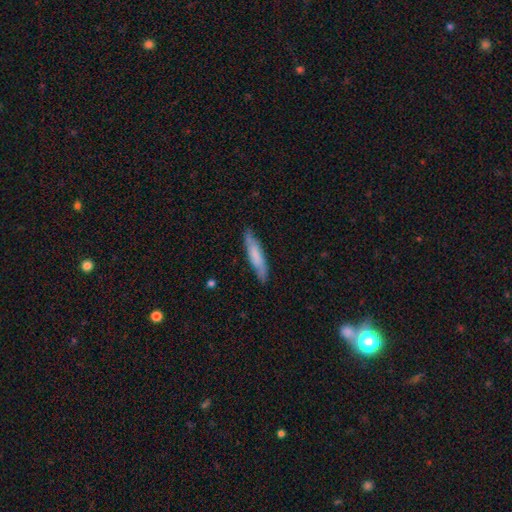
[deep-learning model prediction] Morphology: type=smooth (68%); roundness=cigar-shaped (85%); merging=none (83%).